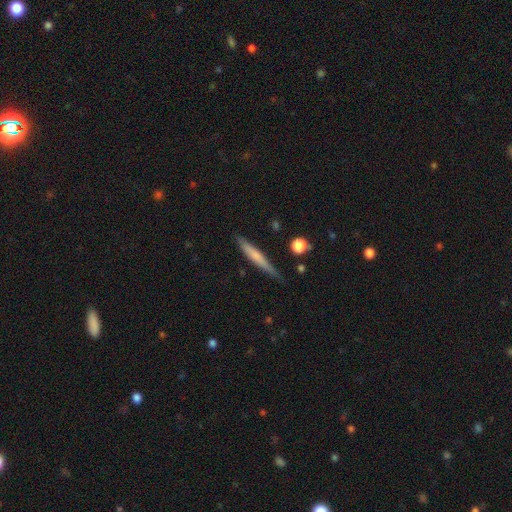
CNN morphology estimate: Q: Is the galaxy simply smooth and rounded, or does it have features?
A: smooth — 59%.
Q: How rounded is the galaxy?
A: cigar-shaped — 94%.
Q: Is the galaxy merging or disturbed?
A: none — 78%.